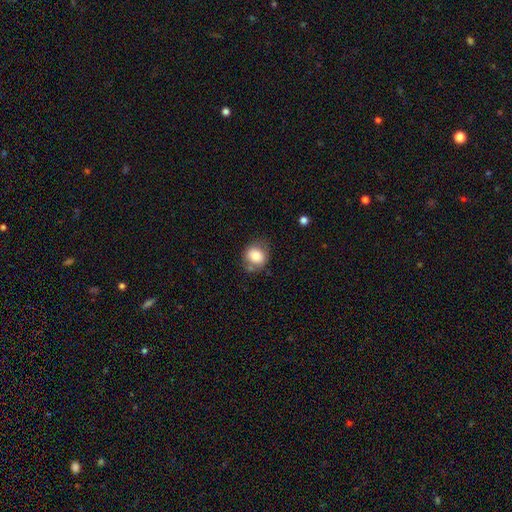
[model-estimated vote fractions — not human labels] Smooth or featured? smooth (79%)
How rounded? round (72%)
Merging? none (67%)